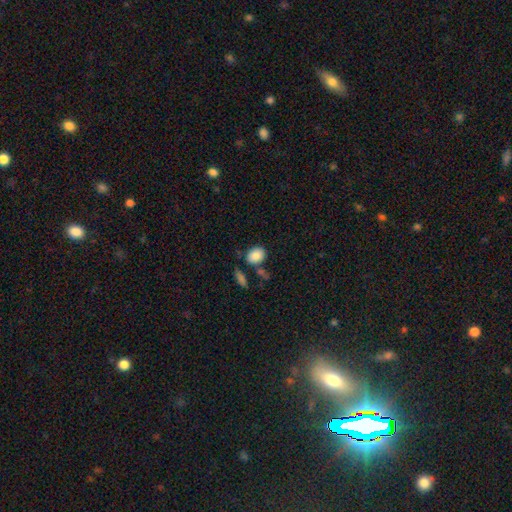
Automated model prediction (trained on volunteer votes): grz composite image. It shows a smooth galaxy with no disk features (85%) that is in between round and cigar-shaped (65%). Merging: none (67%).